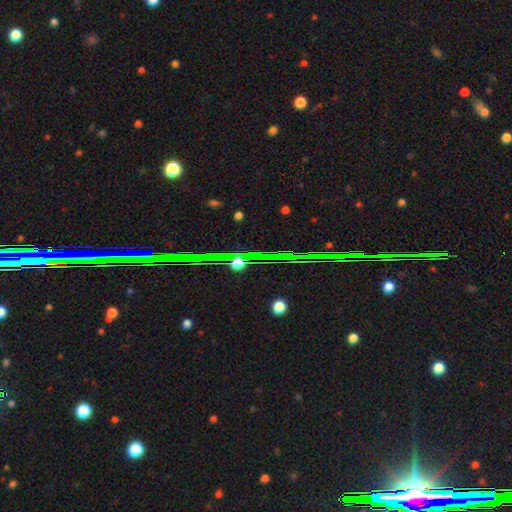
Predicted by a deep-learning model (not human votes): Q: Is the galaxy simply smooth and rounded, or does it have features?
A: star or artifact — 83%.